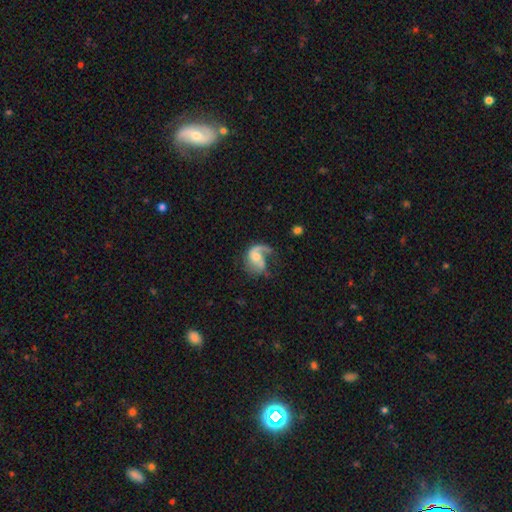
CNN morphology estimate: A featured or disk galaxy (73%) with no bar (58%), 1 (62%) loose (55%) spiral arms (89%) and a moderate central bulge (37%). Merging: major disturbance (41%).